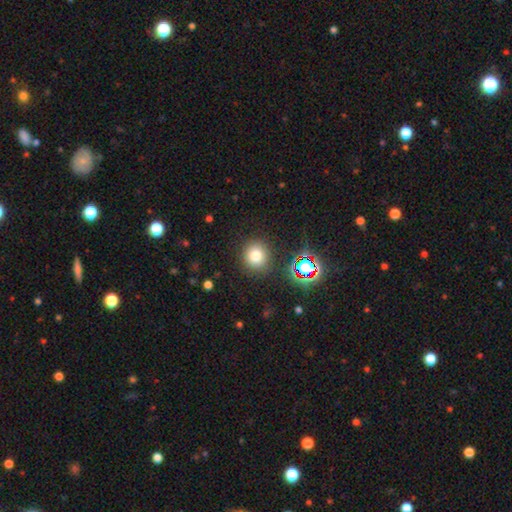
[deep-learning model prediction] smooth 75%, star or artifact 17%, featured or disk 8%. Down the decision tree: how rounded — round (89%); merging — none (87%).